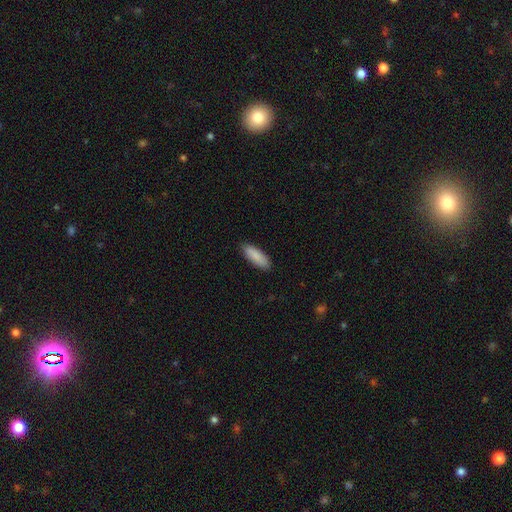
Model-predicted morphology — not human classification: This appears to be a smooth galaxy with no disk features (90%) that is in between round and cigar-shaped (63%). Merging: none (89%).